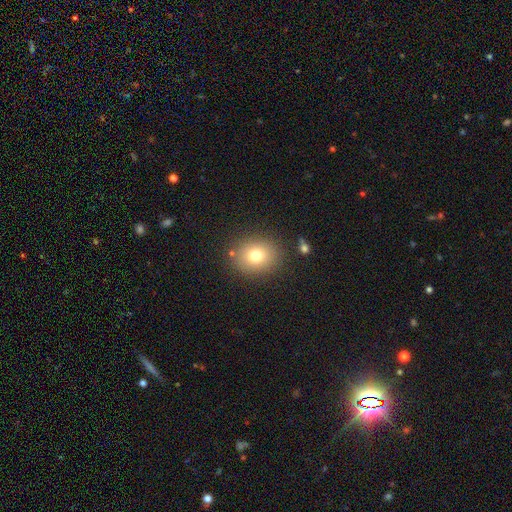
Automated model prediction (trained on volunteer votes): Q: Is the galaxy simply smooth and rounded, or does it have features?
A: smooth — 77%.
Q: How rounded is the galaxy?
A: round — 65%.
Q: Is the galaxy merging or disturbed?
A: none — 84%.